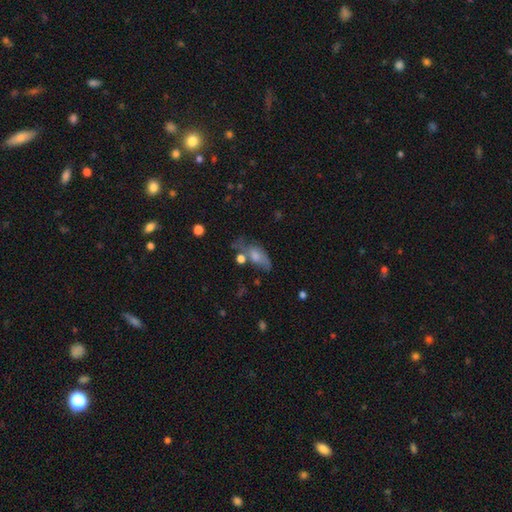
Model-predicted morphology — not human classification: A smooth galaxy with no disk features (61%) that is in between round and cigar-shaped (86%).

Vote fractions:
- Smooth or featured? smooth: 61% / featured or disk: 29% / star or artifact: 10%
- How rounded? in between: 86% / cigar-shaped: 7% / round: 7%
- Merging? none: 33% / minor disturbance: 26% / major disturbance: 24% / merger: 17%